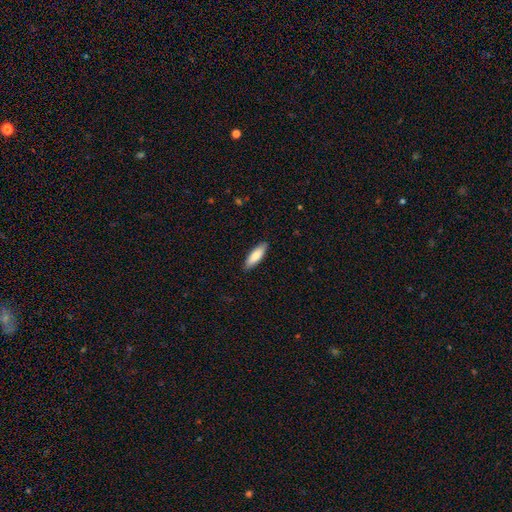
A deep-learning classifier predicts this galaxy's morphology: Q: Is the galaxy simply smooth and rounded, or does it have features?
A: smooth — 81%.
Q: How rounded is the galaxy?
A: in between — 50%.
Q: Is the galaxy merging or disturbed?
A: none — 89%.